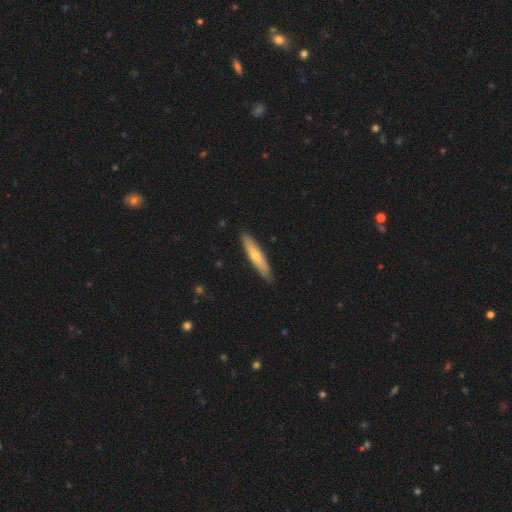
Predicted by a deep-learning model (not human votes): A smooth galaxy with no disk features (63%) that is cigar-shaped (87%).

Vote fractions:
- Smooth or featured? smooth: 63% / featured or disk: 32% / star or artifact: 5%
- How rounded? cigar-shaped: 87% / in between: 12% / round: 1%
- Merging? none: 88% / minor disturbance: 10% / major disturbance: 2% / merger: 1%